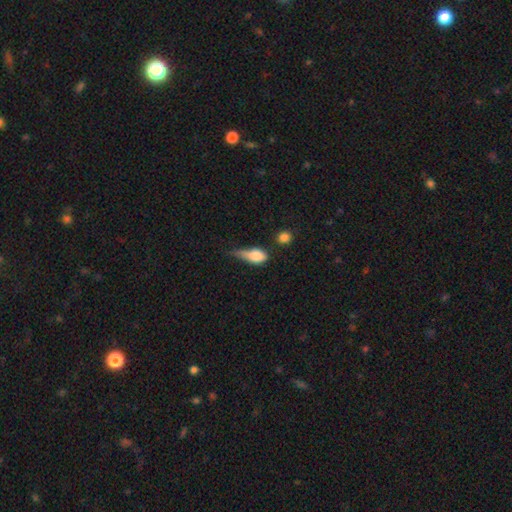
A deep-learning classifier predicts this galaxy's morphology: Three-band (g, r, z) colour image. It shows a smooth galaxy with no disk features (75%) that is in between round and cigar-shaped (75%). Merging: minor disturbance (44%).